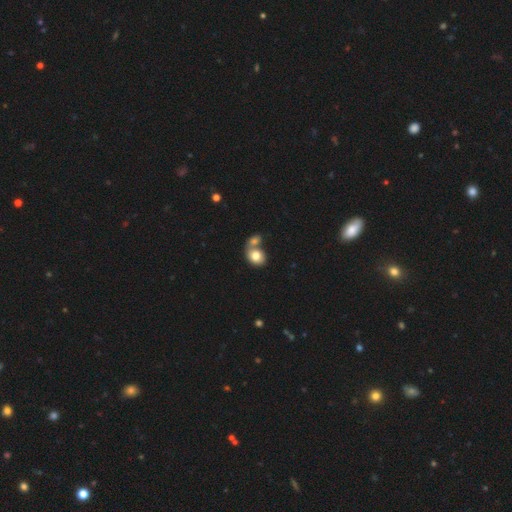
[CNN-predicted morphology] Overall: smooth (78%). How rounded: in between (52%; round 47%). Merging: merger (56%; none 31%).